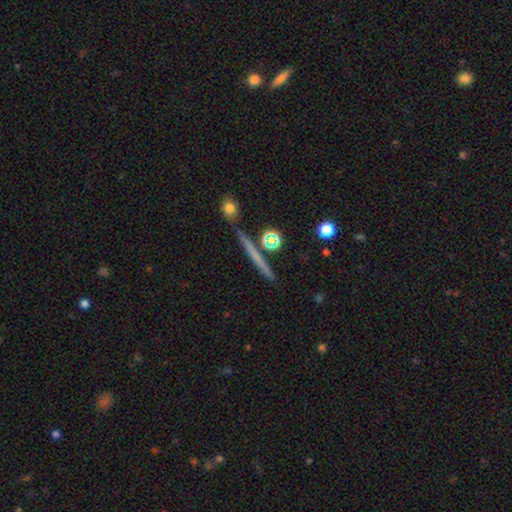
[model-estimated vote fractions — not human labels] The model was most divided on "smooth or featured": featured or disk: 48%, smooth: 42%, star or artifact: 10%. More confident: merging — none (84%).